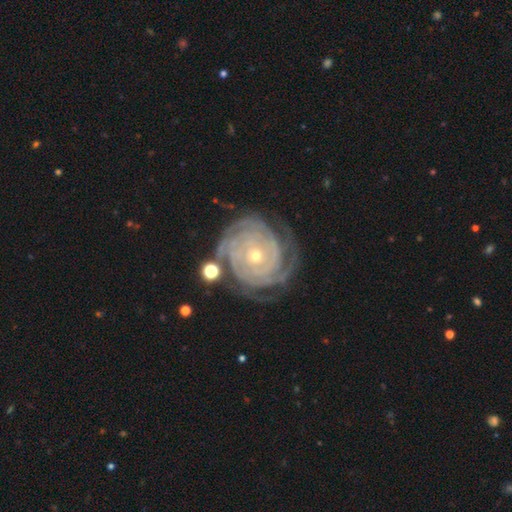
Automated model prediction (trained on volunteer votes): smooth_or_featured: featured or disk (p=0.91) [alt: star or artifact p=0.05]
disk_edge_on: no (p=0.98) [alt: yes p=0.02]
bar: no (p=0.77) [alt: weak p=0.16]
has_spiral_arms: yes (p=0.98) [alt: no p=0.02]
spiral_winding: tight (p=0.89) [alt: medium p=0.09]
spiral_arm_count: 4 (p=0.27) [alt: can't tell p=0.21]
bulge_size: small (p=0.73) [alt: moderate p=0.24]
merging: none (p=0.73) [alt: minor disturbance p=0.16]